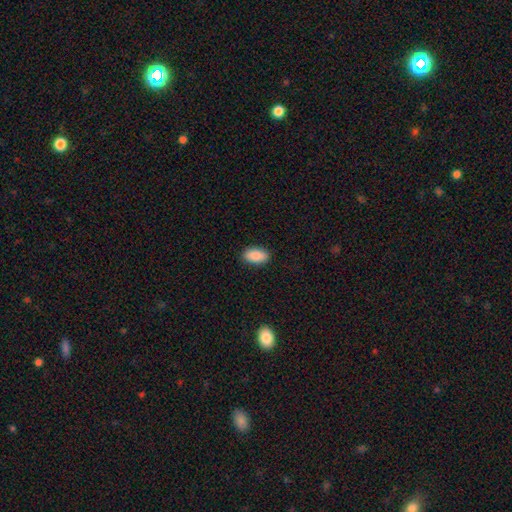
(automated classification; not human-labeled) Overall: smooth (88%). How rounded: in between (93%). Merging: none (89%).